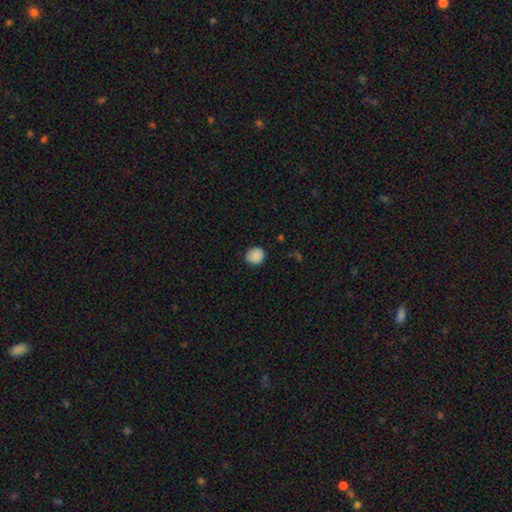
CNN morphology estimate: A smooth galaxy with no disk features (88%) that is round (85%).

Vote fractions:
- Smooth or featured? smooth: 88% / star or artifact: 8% / featured or disk: 4%
- How rounded? round: 85% / in between: 14% / cigar-shaped: 1%
- Merging? none: 85% / minor disturbance: 12% / major disturbance: 2% / merger: 1%